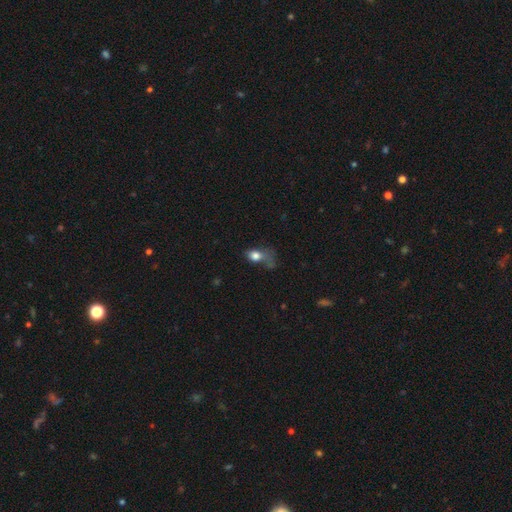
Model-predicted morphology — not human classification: smooth-or-featured: smooth: 74% | featured or disk: 15% | star or artifact: 11%
  how-rounded: in between: 66% | round: 30% | cigar-shaped: 4%
  merging: major disturbance: 46% | minor disturbance: 23% | none: 22% | merger: 9%